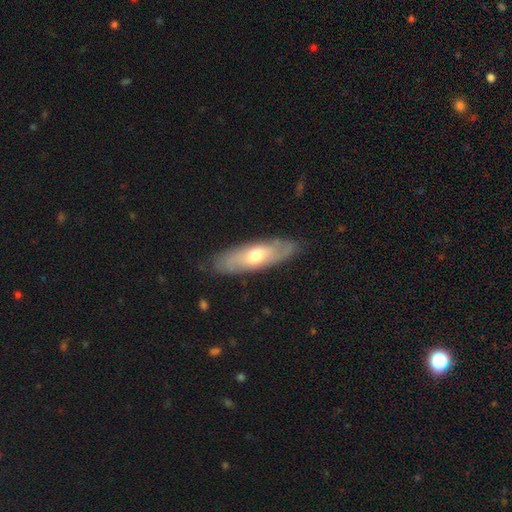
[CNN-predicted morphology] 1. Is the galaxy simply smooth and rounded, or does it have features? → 51% featured or disk, 43% smooth, 6% star or artifact.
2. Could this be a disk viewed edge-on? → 65% no, 35% yes.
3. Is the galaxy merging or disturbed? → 81% none, 15% minor disturbance, 3% major disturbance, 1% merger.